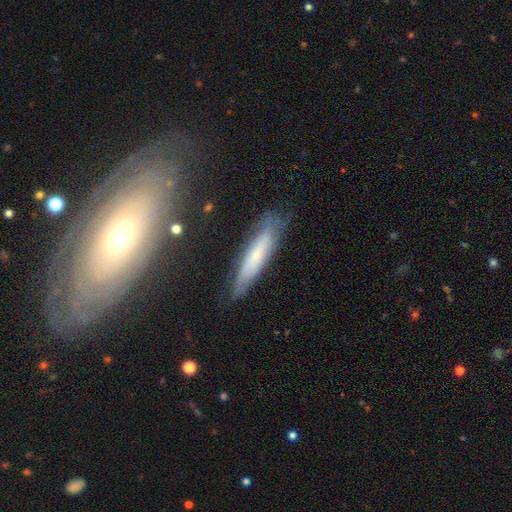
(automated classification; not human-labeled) smooth-or-featured: smooth: 51% | featured or disk: 41% | star or artifact: 8%
  how-rounded: cigar-shaped: 84% | in between: 14% | round: 2%
  merging: none: 77% | minor disturbance: 17% | major disturbance: 4% | merger: 2%